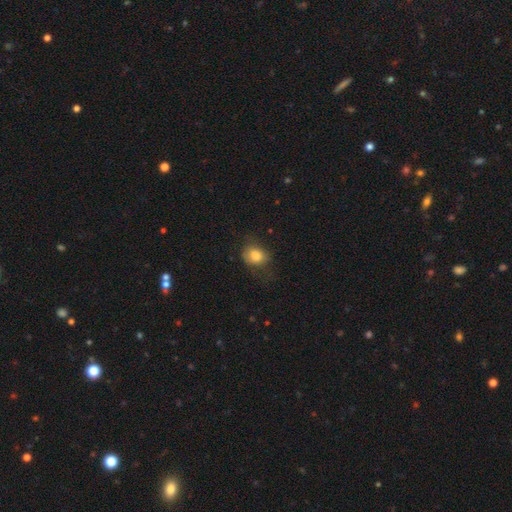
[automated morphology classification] Smooth or featured: smooth — 79% (featured or disk — 12%)
How rounded: in between — 51% (round — 48%)
Merging: none — 56% (minor disturbance — 27%)